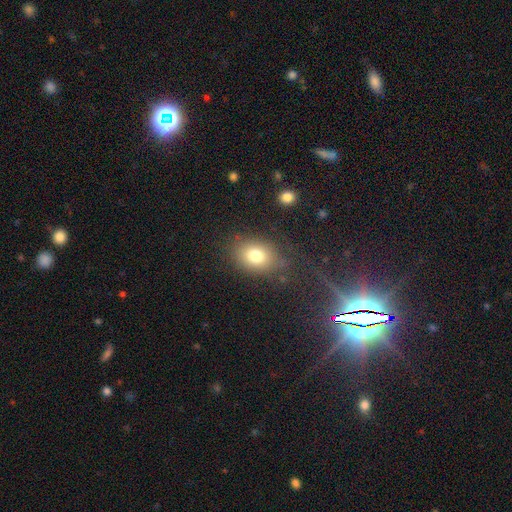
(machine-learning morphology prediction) Overall: smooth (77%). How rounded: in between (64%; round 35%). Merging: none (71%).